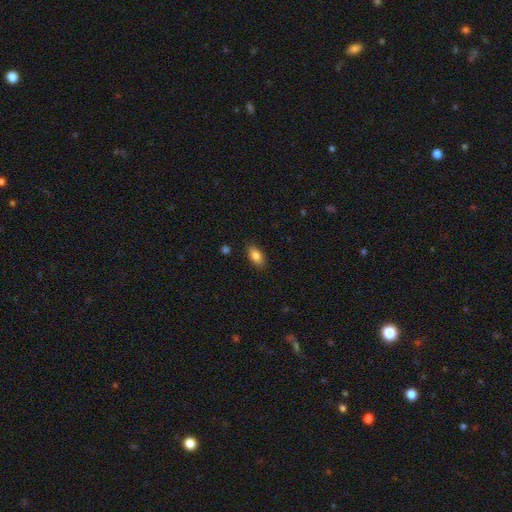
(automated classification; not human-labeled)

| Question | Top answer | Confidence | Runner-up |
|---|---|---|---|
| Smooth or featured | smooth | 85% | star or artifact (8%) |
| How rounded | in between | 91% | round (6%) |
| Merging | none | 87% | minor disturbance (10%) |